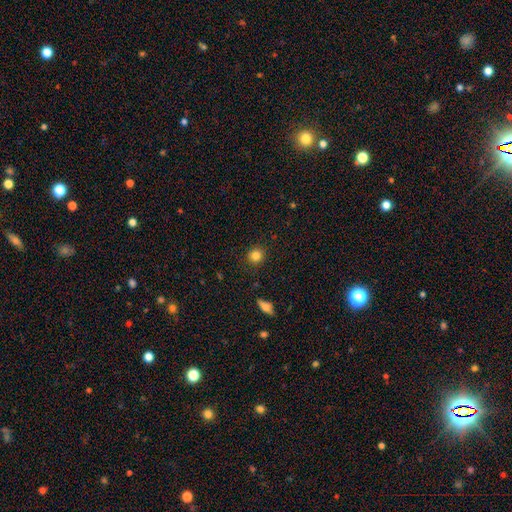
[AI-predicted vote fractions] smooth-or-featured: smooth: 83% | star or artifact: 11% | featured or disk: 6%
  how-rounded: round: 90% | in between: 9% | cigar-shaped: 1%
  merging: none: 90% | minor disturbance: 7% | major disturbance: 2% | merger: 1%